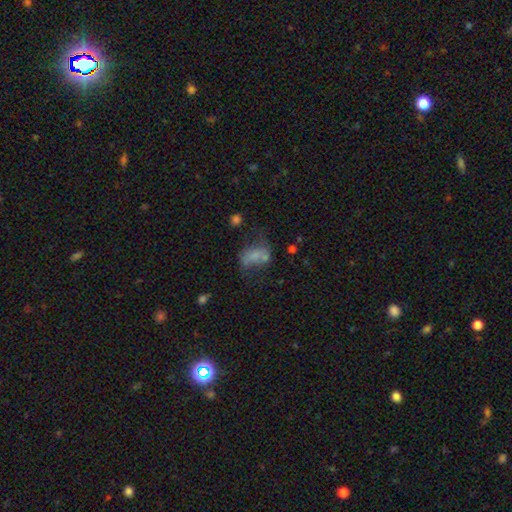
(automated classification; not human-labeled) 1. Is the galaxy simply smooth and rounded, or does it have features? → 51% smooth, 34% featured or disk, 15% star or artifact.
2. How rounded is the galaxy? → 83% in between, 15% round, 3% cigar-shaped.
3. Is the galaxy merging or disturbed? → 30% major disturbance (tied), 30% none (tied), 22% minor disturbance, 17% merger.